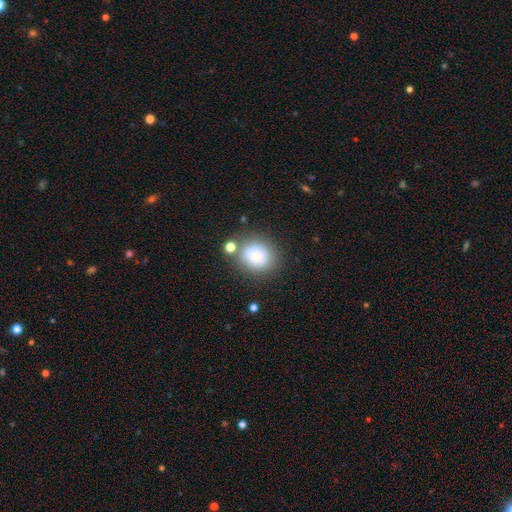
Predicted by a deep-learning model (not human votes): Q: Smooth or featured?
A: smooth (80%); runner-up: star or artifact (10%)
Q: How rounded?
A: round (68%); runner-up: in between (31%)
Q: Merging?
A: none (67%); runner-up: minor disturbance (15%)